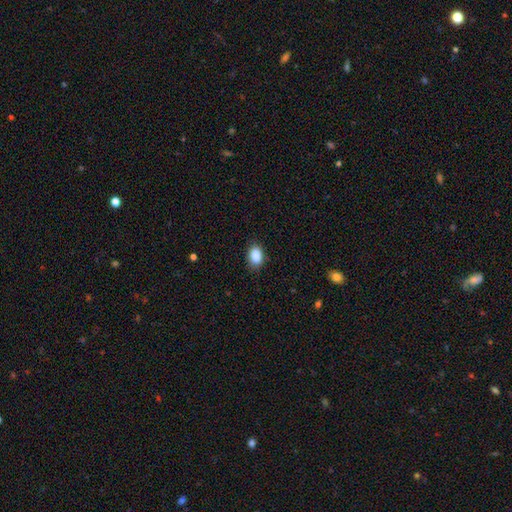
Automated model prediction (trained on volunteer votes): Smooth or featured? smooth (88%)
How rounded? in between (80%)
Merging? none (81%)